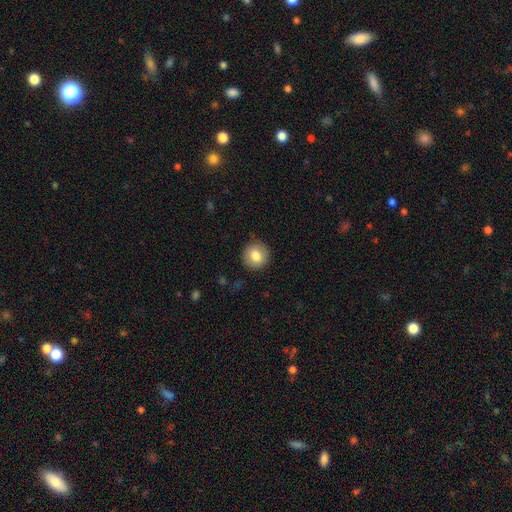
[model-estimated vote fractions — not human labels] Smooth or featured? Predicted: smooth (p=0.81). How rounded? Predicted: round (p=0.90). Merging? Predicted: none (p=0.89).